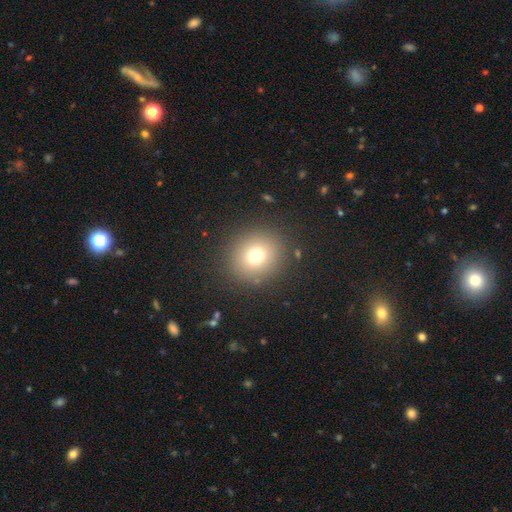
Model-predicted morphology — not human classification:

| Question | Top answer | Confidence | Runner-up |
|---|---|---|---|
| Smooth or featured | smooth | 74% | star or artifact (16%) |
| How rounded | round | 87% | in between (12%) |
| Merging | none | 88% | minor disturbance (7%) |